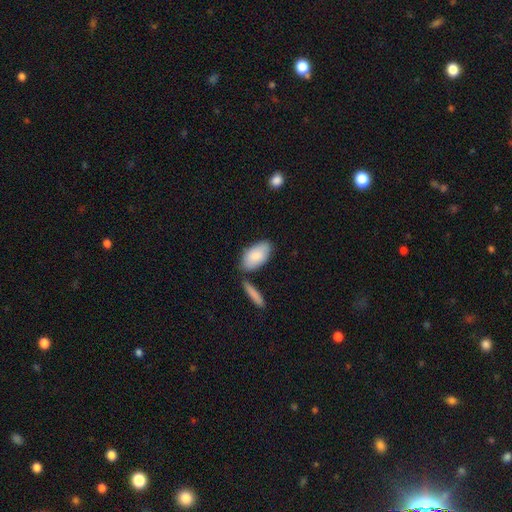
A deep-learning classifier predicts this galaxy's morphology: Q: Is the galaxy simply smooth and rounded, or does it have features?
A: smooth — 85%.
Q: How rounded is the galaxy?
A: in between — 93%.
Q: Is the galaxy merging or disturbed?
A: none — 65%.